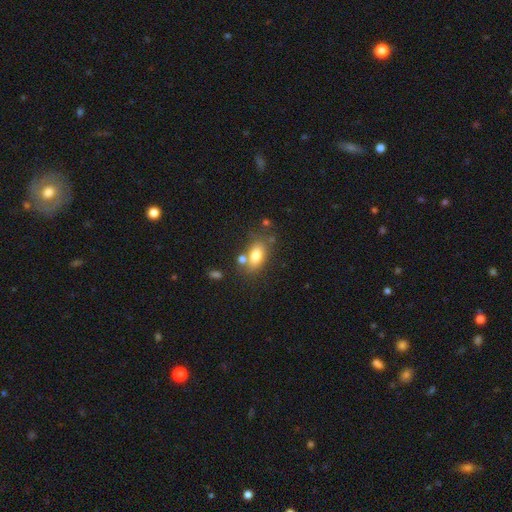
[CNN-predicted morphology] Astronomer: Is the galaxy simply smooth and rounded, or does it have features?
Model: smooth — 77%.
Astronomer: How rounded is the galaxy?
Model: in between — 85%.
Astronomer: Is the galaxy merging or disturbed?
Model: none — 62%.